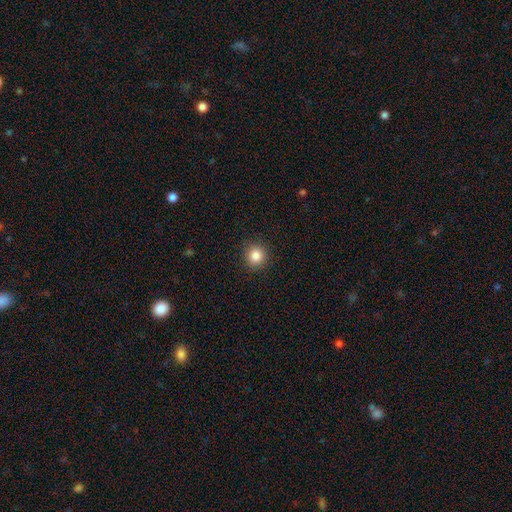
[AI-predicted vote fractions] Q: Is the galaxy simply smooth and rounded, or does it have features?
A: smooth — 84%.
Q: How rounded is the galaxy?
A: round — 93%.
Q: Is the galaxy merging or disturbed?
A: none — 92%.